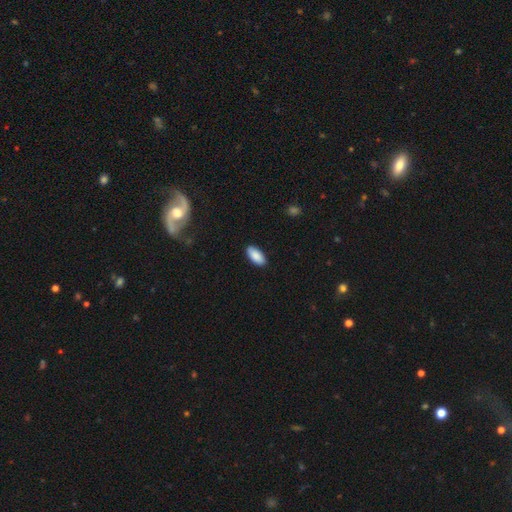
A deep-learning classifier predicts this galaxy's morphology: This appears to be a smooth galaxy with no disk features (90%) that is in between round and cigar-shaped (92%). Merging: none (89%).